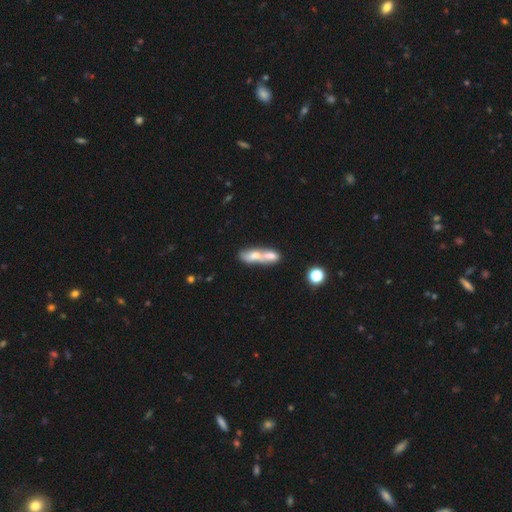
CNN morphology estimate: type=smooth (58%); roundness=in between (55%); merging=merger (69%).